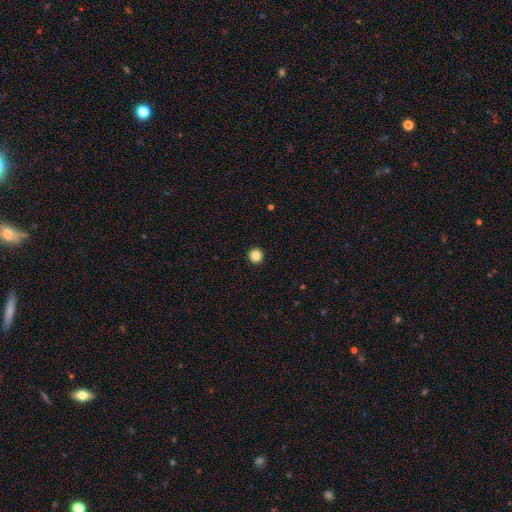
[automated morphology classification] Overall: smooth (85%). How rounded: round (96%). Merging: none (94%).